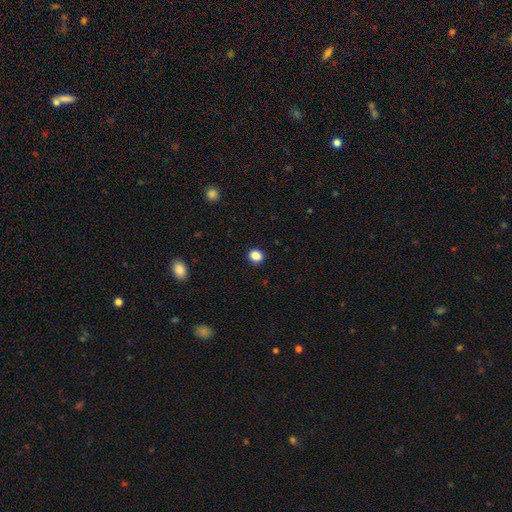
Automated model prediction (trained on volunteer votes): A smooth galaxy with no disk features (86%) that is round (67%). Merging: none (90%).